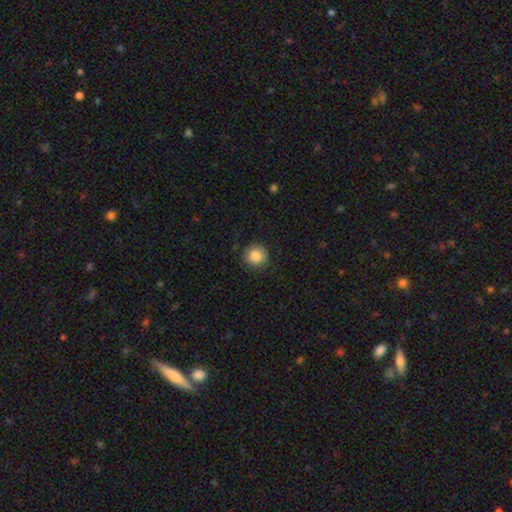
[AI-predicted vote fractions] Q: Smooth or featured?
A: smooth (85%); runner-up: star or artifact (8%)
Q: How rounded?
A: round (92%); runner-up: in between (7%)
Q: Merging?
A: none (83%); runner-up: minor disturbance (12%)